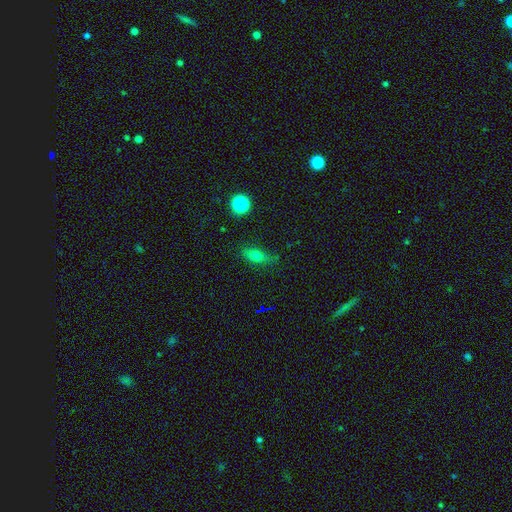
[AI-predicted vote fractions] Smooth or featured? Predicted: smooth (p=0.68). How rounded? Predicted: in between (p=0.68). Merging? Predicted: none (p=0.76).